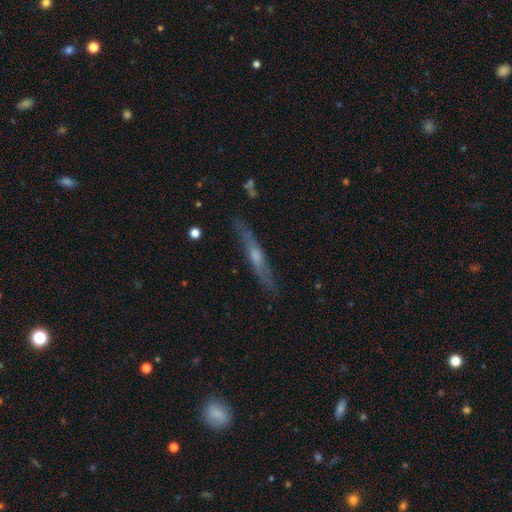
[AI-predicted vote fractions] Smooth or featured?
  - featured or disk: 66% *
  - smooth: 26%
  - star or artifact: 8%
Edge-on disk?
  - yes: 89% *
  - no: 11%
Edge-on bulge?
  - rounded: 75% *
  - none: 19%
  - boxy: 7%
Merging?
  - none: 84% *
  - minor disturbance: 12%
  - major disturbance: 3%
  - merger: 2%